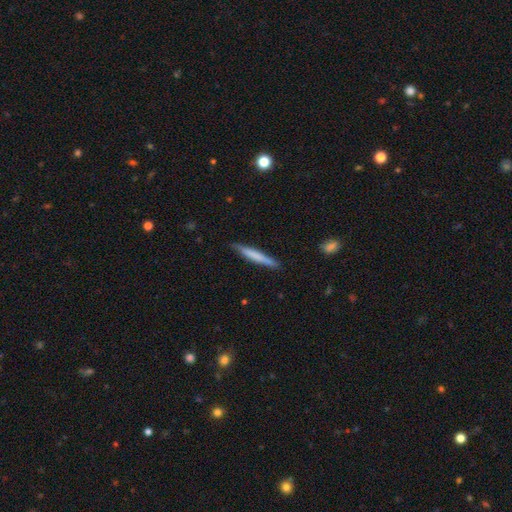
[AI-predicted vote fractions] A smooth galaxy with no disk features (62%) that is cigar-shaped (95%). Merging: none (86%).